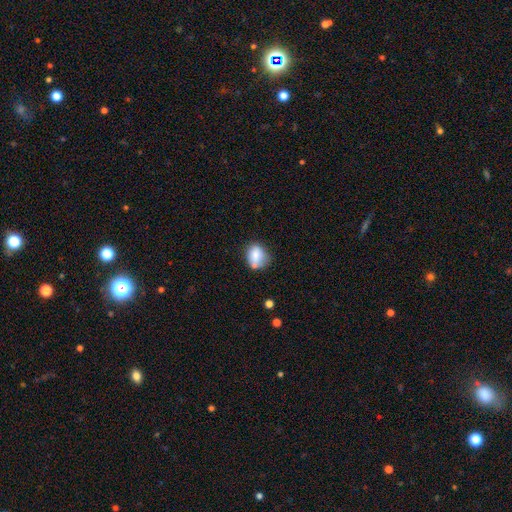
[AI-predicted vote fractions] A smooth galaxy with no disk features (78%) that is round (52%).

Vote fractions:
- Smooth or featured? smooth: 78% / featured or disk: 13% / star or artifact: 9%
- How rounded? round: 52% / in between: 47% / cigar-shaped: 1%
- Merging? none: 48% / minor disturbance: 26% / merger: 18% / major disturbance: 9%